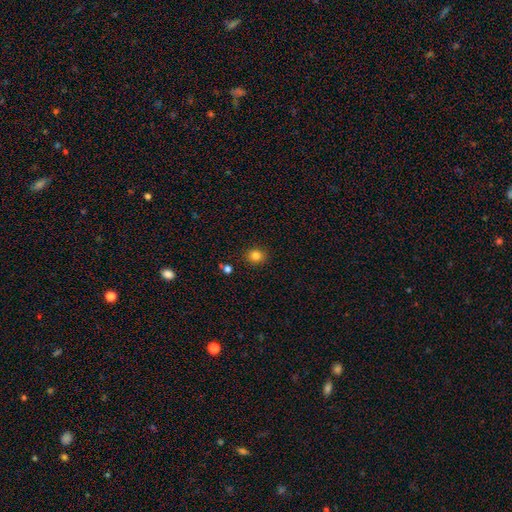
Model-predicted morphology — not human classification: Overall: smooth (83%). How rounded: round (80%). Merging: none (89%).